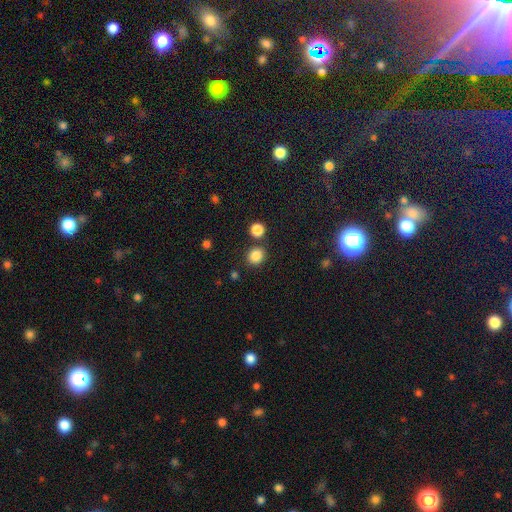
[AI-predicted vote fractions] Overall: smooth (85%). How rounded: round (77%). Merging: none (78%).